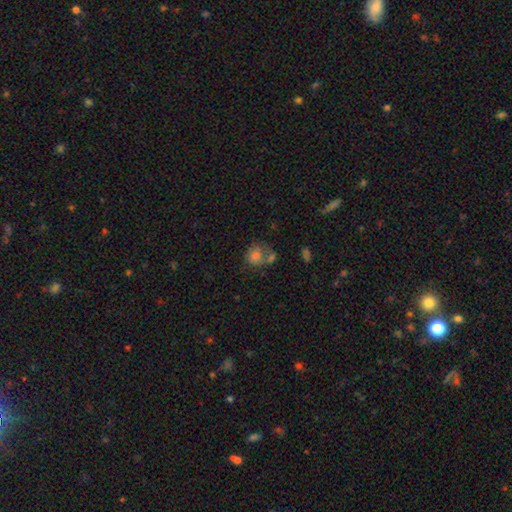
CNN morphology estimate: A smooth galaxy with no disk features (71%) that is round (71%).

Vote fractions:
- Smooth or featured? smooth: 71% / featured or disk: 19% / star or artifact: 11%
- How rounded? round: 71% / in between: 28% / cigar-shaped: 1%
- Merging? none: 37% / merger: 35% / minor disturbance: 17% / major disturbance: 11%